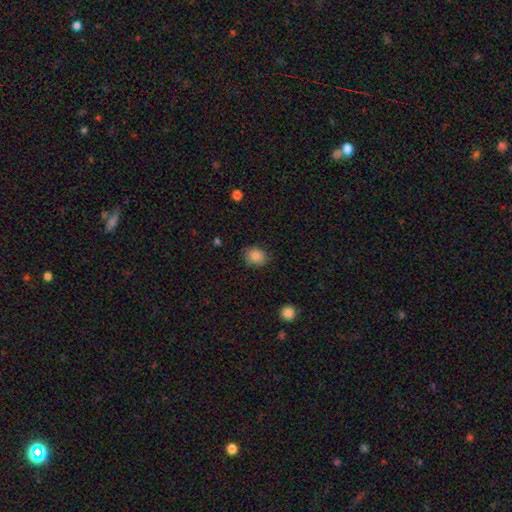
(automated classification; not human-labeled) A smooth galaxy with no disk features (86%) that is round (54%).

Vote fractions:
- Smooth or featured? smooth: 86% / star or artifact: 9% / featured or disk: 5%
- How rounded? round: 54% / in between: 45% / cigar-shaped: 1%
- Merging? none: 82% / minor disturbance: 14% / major disturbance: 3% / merger: 1%